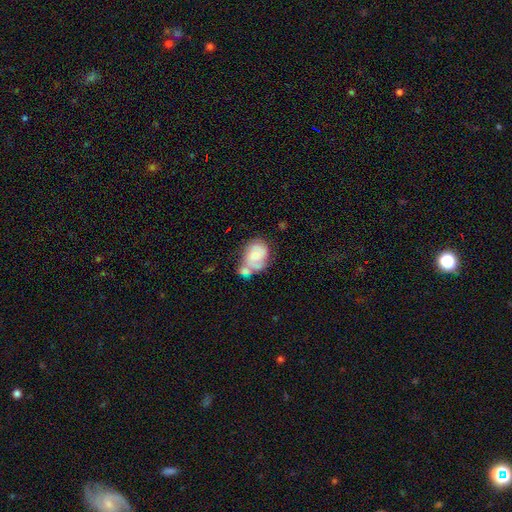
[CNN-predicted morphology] Overall: smooth (61%; featured or disk 32%). How rounded: in between (72%). Merging: merger (40%; none 26%).